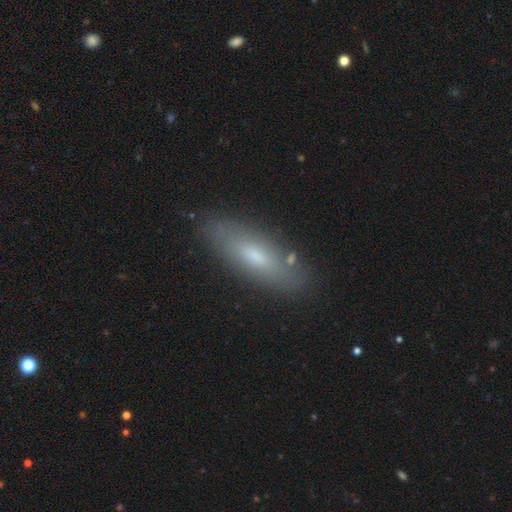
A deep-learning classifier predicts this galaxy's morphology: This appears to be a smooth galaxy with no disk features (61%) that is in between round and cigar-shaped (55%). Merging: none (84%).